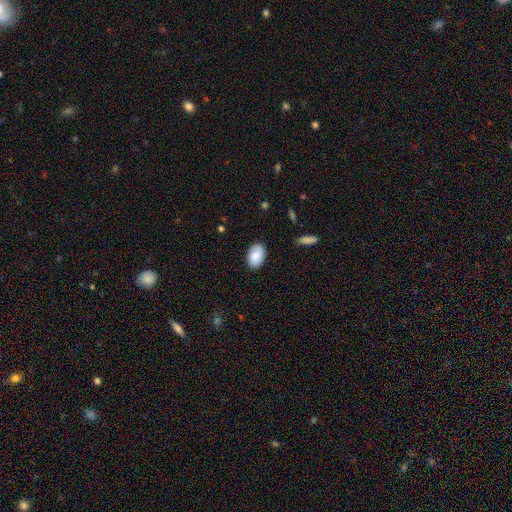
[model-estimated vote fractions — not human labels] Smooth or featured?
  - smooth: 82% *
  - featured or disk: 11%
  - star or artifact: 6%
How rounded?
  - in between: 92% *
  - round: 7%
  - cigar-shaped: 1%
Merging?
  - none: 85% *
  - minor disturbance: 12%
  - major disturbance: 2%
  - merger: 1%